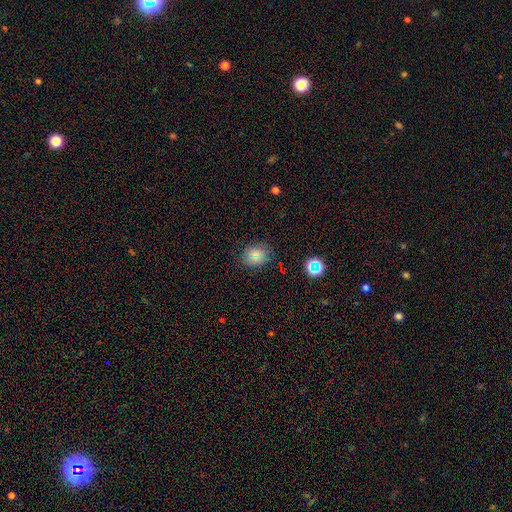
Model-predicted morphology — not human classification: A smooth galaxy with no disk features (69%) that is round (49%, tied with in between). Merging: none (83%).